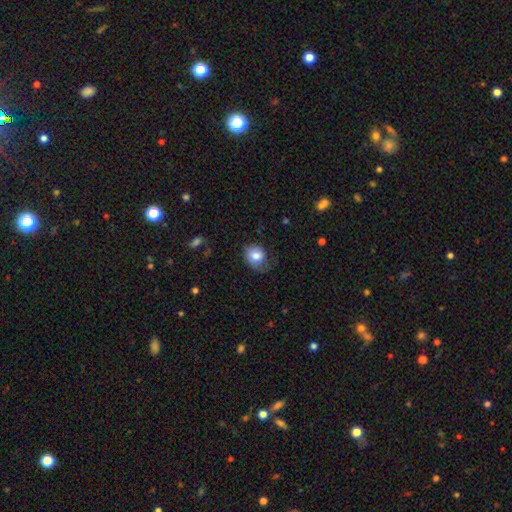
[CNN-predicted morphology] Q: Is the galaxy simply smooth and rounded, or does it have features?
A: smooth — 79%.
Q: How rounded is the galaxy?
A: round — 61%.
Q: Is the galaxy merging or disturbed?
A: none — 55%.